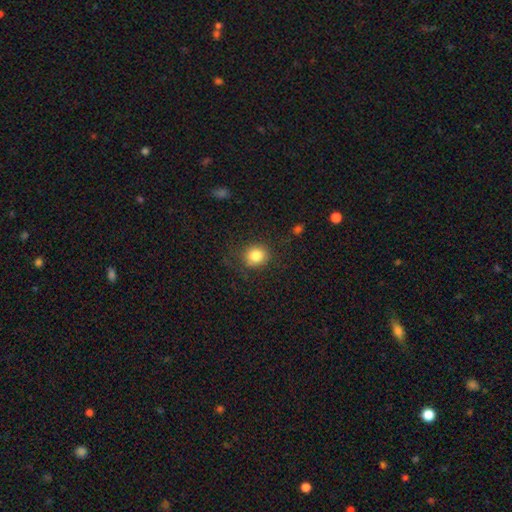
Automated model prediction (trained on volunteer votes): A smooth galaxy with no disk features (82%) that is round (84%).

Vote fractions:
- Smooth or featured? smooth: 82% / star or artifact: 11% / featured or disk: 7%
- How rounded? round: 84% / in between: 15% / cigar-shaped: 1%
- Merging? none: 80% / minor disturbance: 13% / major disturbance: 5% / merger: 1%